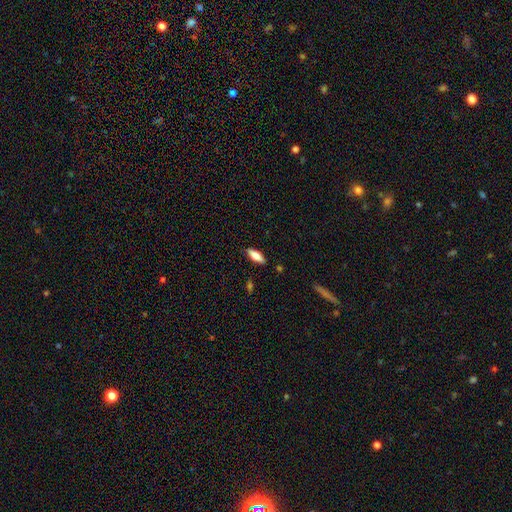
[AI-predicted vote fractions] Morphology: type=smooth (73%); roundness=in between (65%); merging=none (87%).